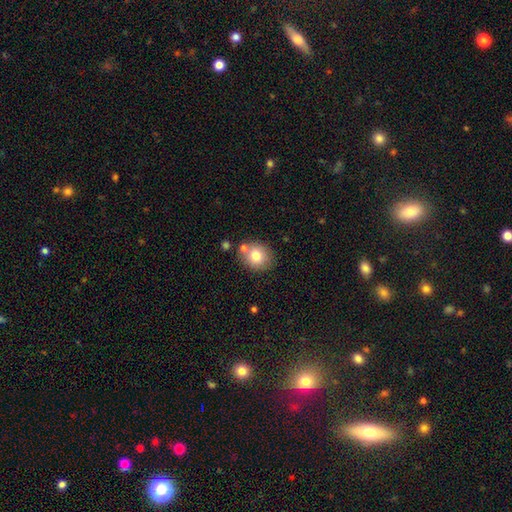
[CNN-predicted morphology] Smooth or featured? smooth (78%)
How rounded? round (74%)
Merging? none (72%)